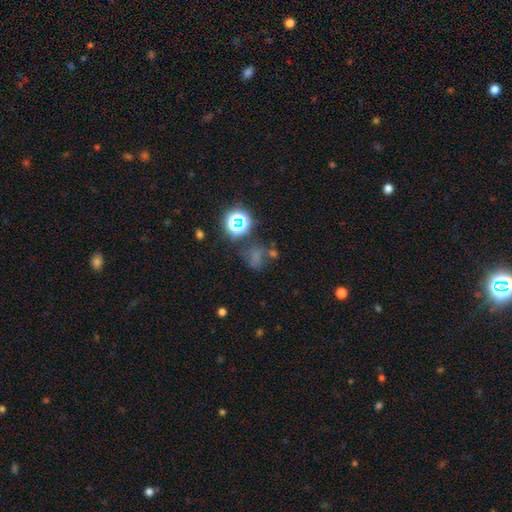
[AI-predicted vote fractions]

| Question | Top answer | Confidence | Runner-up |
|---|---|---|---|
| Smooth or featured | smooth | 51% | star or artifact (35%) |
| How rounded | round | 65% | in between (34%) |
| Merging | none | 48% | minor disturbance (20%) |